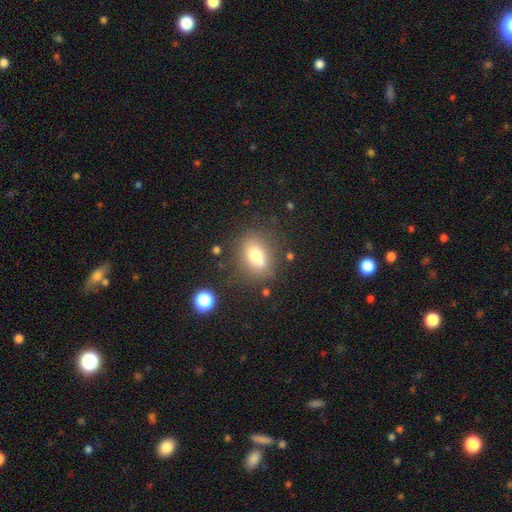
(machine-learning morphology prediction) This appears to be a smooth galaxy with no disk features (69%) that is in between round and cigar-shaped (55%). Merging: none (69%).